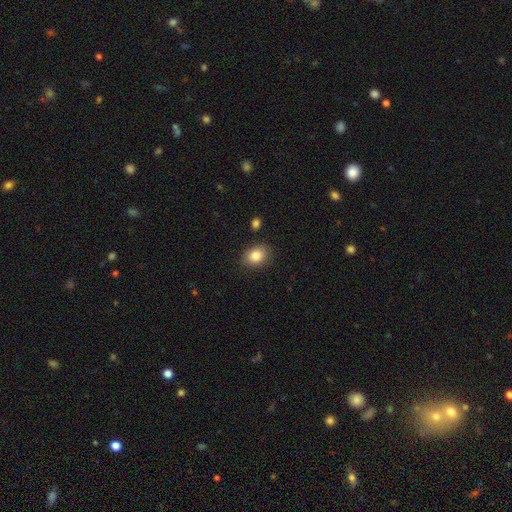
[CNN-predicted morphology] Smooth or featured? Predicted: smooth (p=0.85). How rounded? Predicted: in between (p=0.61). Merging? Predicted: none (p=0.83).